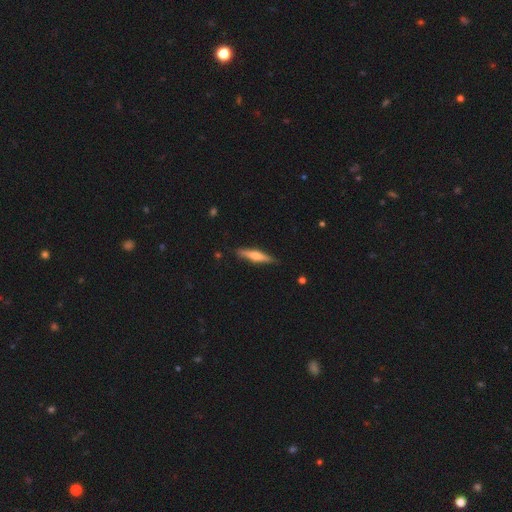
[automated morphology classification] This is possibly a featured or disk galaxy (54%). It is clearly viewed edge-on (96%). Edge-on bulge: likely rounded (79%). Merging: clearly none (87%).